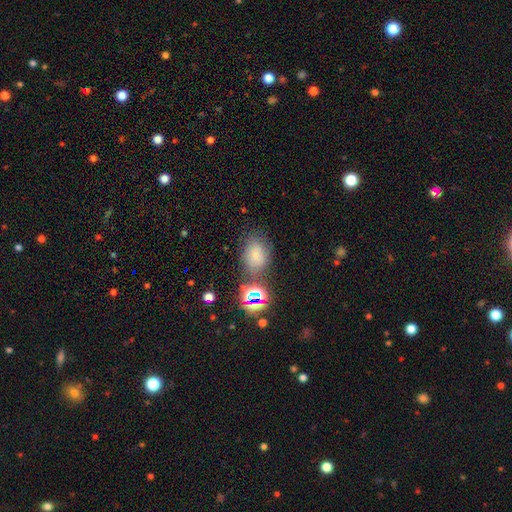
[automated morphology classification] The model was most divided on "smooth or featured": smooth: 65%, star or artifact: 24%, featured or disk: 11%. More confident: how rounded — in between (74%); merging — none (63%).